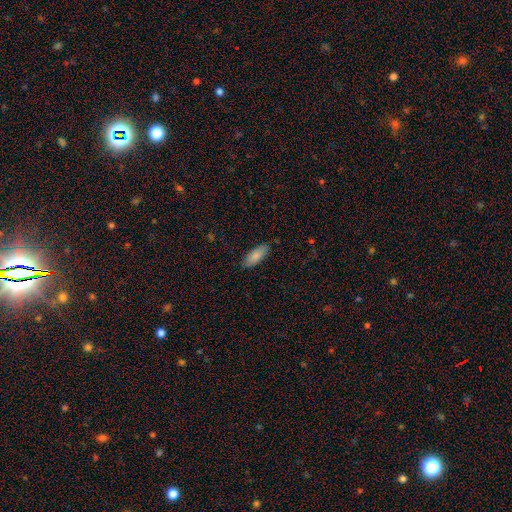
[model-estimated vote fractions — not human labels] Overall: smooth (85%). How rounded: in between (79%). Merging: none (85%).